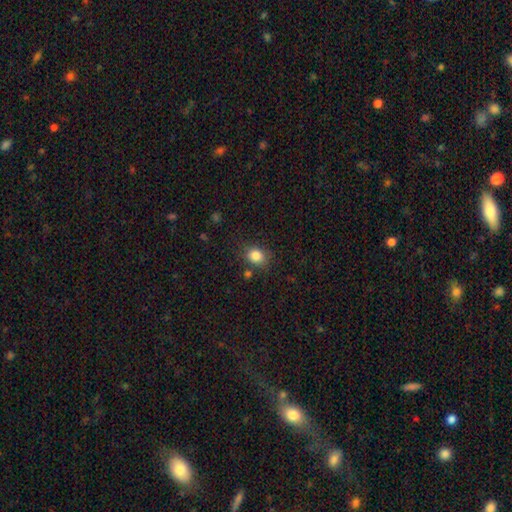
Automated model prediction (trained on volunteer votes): The model was most divided on "how rounded": round: 53%, in between: 46%, cigar-shaped: 1%. More confident: smooth or featured — smooth (84%); merging — none (77%).